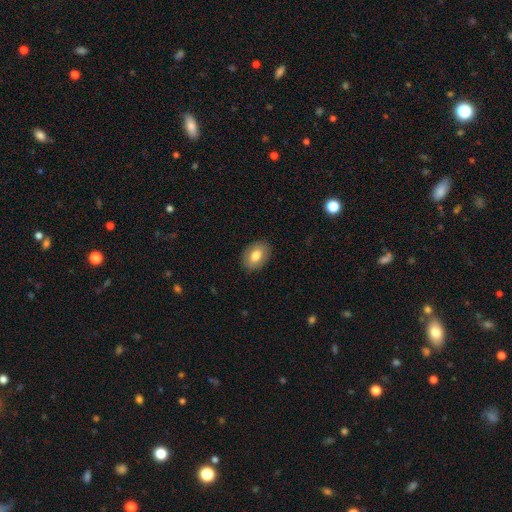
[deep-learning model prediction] Smooth or featured?
  - smooth: 78% *
  - featured or disk: 15%
  - star or artifact: 7%
How rounded?
  - in between: 80% *
  - round: 19%
  - cigar-shaped: 1%
Merging?
  - none: 87% *
  - minor disturbance: 10%
  - major disturbance: 3%
  - merger: 1%